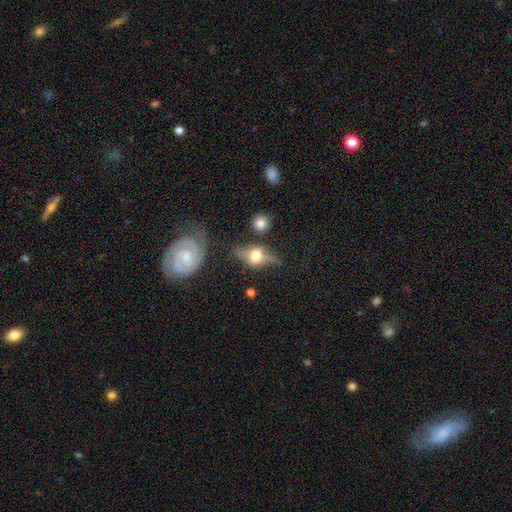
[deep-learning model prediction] A featured or disk galaxy (57%) viewed edge-on (67%). Merging: none (55%).